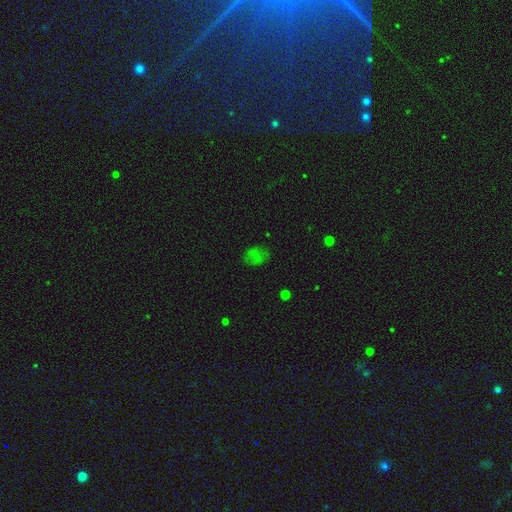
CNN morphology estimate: A smooth galaxy with no disk features (61%) that is in between round and cigar-shaped (61%). Merging: none (71%).